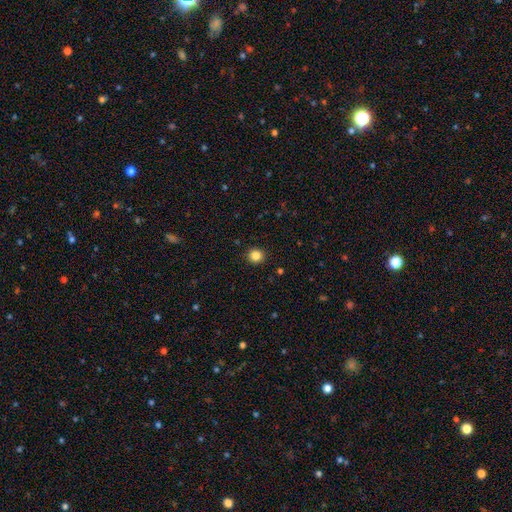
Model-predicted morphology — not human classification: smooth_or_featured: smooth (p=0.84) [alt: star or artifact p=0.12]
how_rounded: round (p=0.90) [alt: in between p=0.09]
merging: none (p=0.92) [alt: minor disturbance p=0.05]